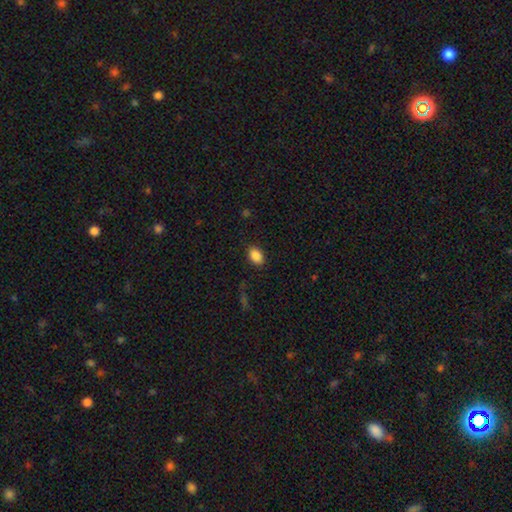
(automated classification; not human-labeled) Q: Smooth or featured?
A: smooth (88%); runner-up: star or artifact (8%)
Q: How rounded?
A: in between (87%); runner-up: round (12%)
Q: Merging?
A: none (88%); runner-up: minor disturbance (9%)